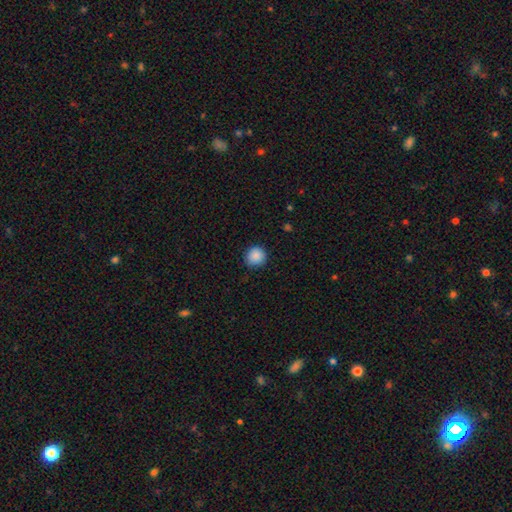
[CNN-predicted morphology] This is clearly a smooth galaxy (88%). How rounded: clearly round (92%). Merging: clearly none (87%).